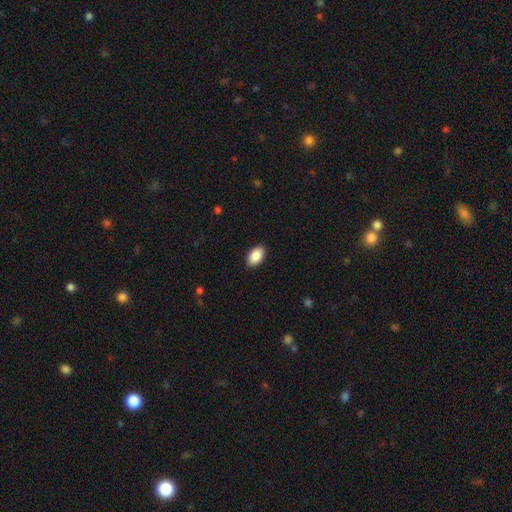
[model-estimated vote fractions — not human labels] Smooth or featured? smooth (89%)
How rounded? in between (93%)
Merging? none (89%)